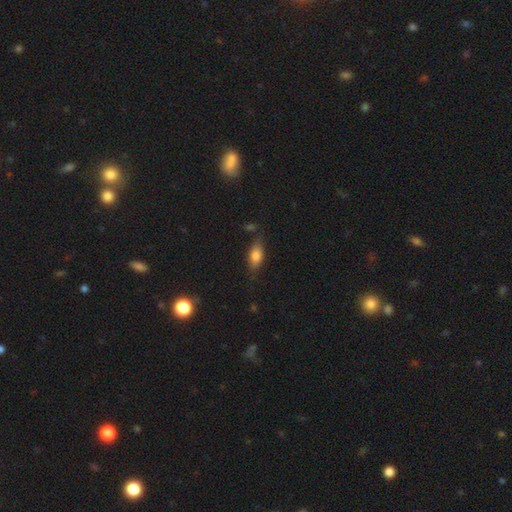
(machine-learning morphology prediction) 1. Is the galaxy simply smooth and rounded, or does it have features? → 74% smooth, 18% featured or disk, 8% star or artifact.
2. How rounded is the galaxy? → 79% in between, 17% cigar-shaped, 4% round.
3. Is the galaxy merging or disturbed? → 75% none, 18% minor disturbance, 4% major disturbance, 3% merger.